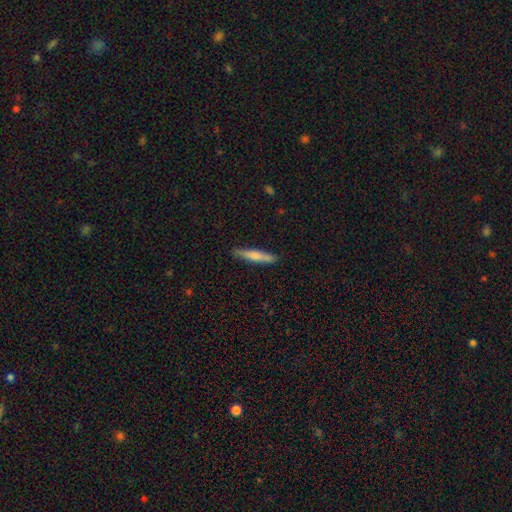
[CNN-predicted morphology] smooth-or-featured: smooth: 66% | featured or disk: 28% | star or artifact: 5%
  how-rounded: cigar-shaped: 92% | in between: 7% | round: 1%
  merging: none: 89% | minor disturbance: 8% | major disturbance: 2% | merger: 1%